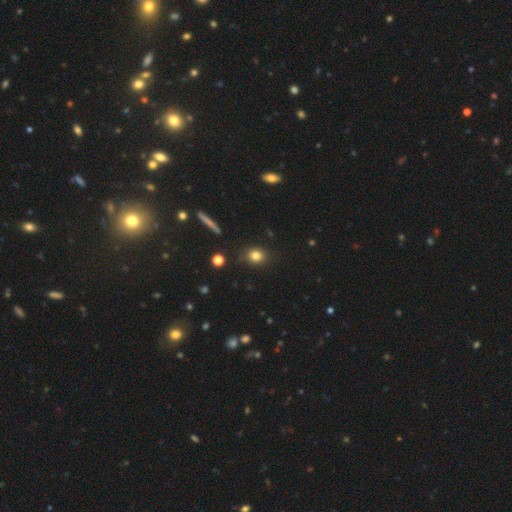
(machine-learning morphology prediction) type=smooth (81%); roundness=round (67%); merging=none (86%).